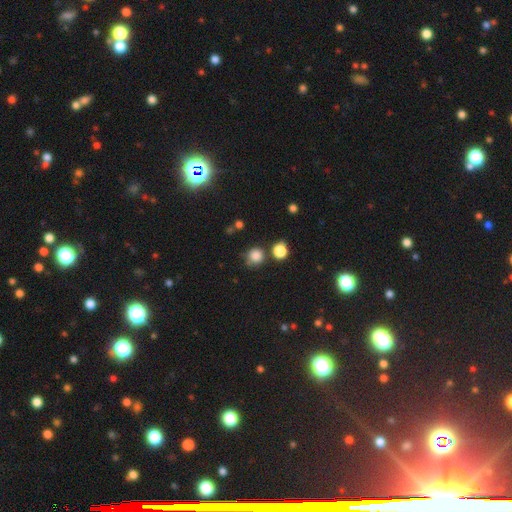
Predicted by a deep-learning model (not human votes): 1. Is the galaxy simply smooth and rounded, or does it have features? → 82% smooth, 13% star or artifact, 5% featured or disk.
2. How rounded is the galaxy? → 91% round, 8% in between, 1% cigar-shaped.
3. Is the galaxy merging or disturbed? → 73% none, 13% minor disturbance, 9% merger, 4% major disturbance.